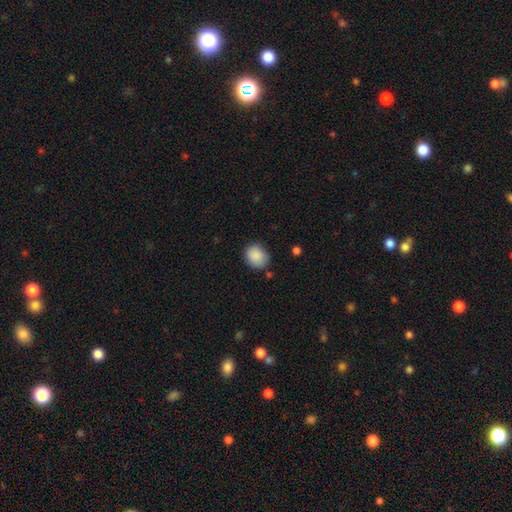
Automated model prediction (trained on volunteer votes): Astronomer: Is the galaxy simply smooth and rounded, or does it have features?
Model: smooth — 88%.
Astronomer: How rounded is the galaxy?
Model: round — 62%.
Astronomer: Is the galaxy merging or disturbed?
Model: none — 75%.